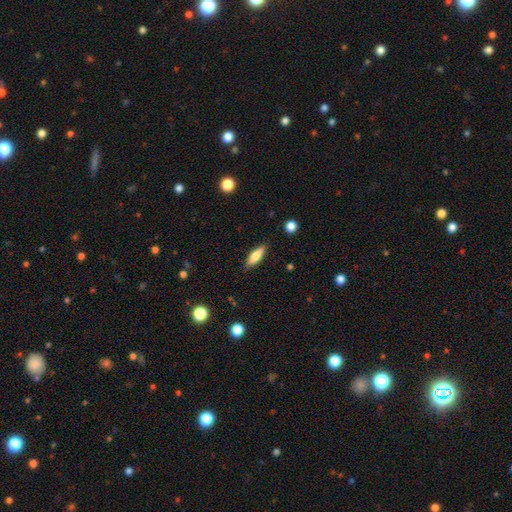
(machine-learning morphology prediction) A smooth galaxy with no disk features (71%) that is cigar-shaped (52%). Merging: none (86%).